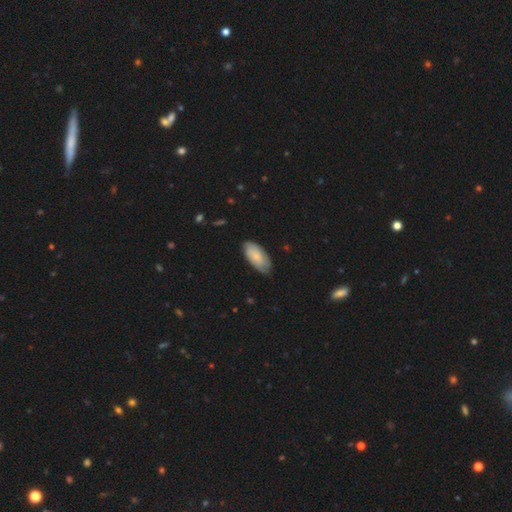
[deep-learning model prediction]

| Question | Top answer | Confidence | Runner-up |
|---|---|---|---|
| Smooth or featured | smooth | 75% | featured or disk (20%) |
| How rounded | in between | 93% | cigar-shaped (5%) |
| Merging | none | 74% | minor disturbance (22%) |